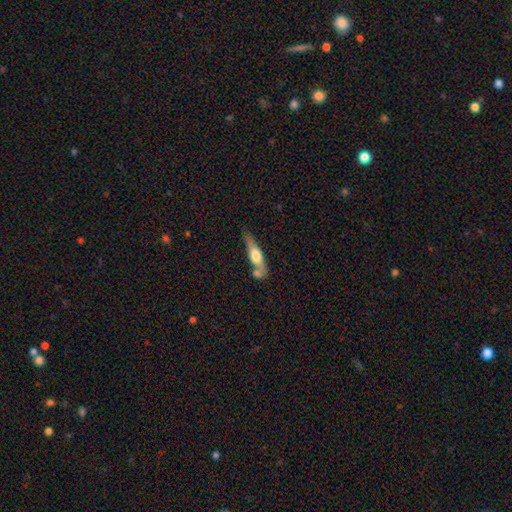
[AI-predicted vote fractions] A featured or disk galaxy (51%) viewed edge-on (86%). Merging: none (52%).